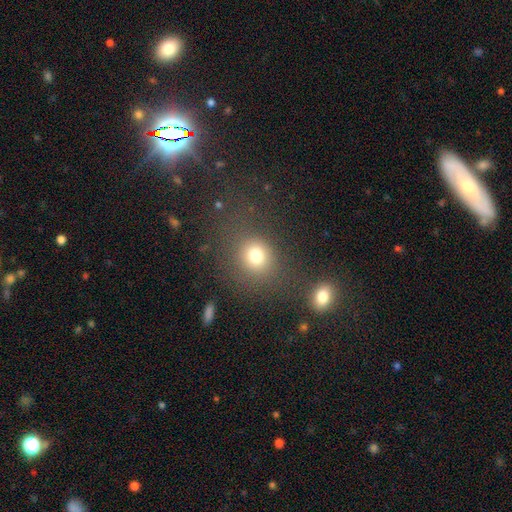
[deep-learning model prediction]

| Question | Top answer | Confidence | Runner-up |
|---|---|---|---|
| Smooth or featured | smooth | 77% | star or artifact (15%) |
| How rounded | round | 76% | in between (23%) |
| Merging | none | 68% | minor disturbance (13%) |